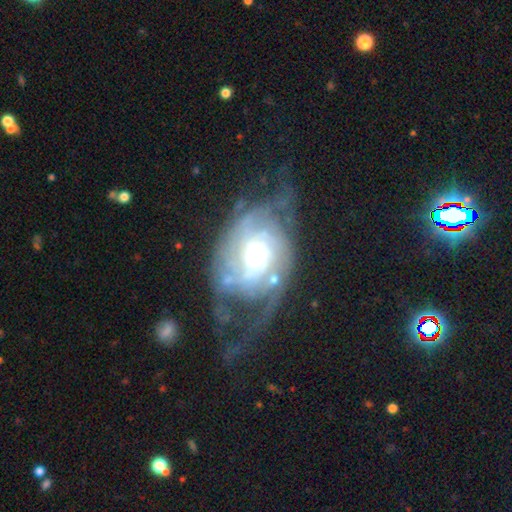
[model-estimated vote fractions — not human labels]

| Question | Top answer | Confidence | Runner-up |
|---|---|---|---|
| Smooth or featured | featured or disk | 86% | smooth (9%) |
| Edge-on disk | no | 97% | yes (3%) |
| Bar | no | 58% | weak (31%) |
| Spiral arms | yes | 94% | no (6%) |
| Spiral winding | tight | 48% | medium (35%) |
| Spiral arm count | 2 | 39% | can't tell (29%) |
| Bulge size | moderate | 54% | small (29%) |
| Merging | none | 44% | major disturbance (31%) |